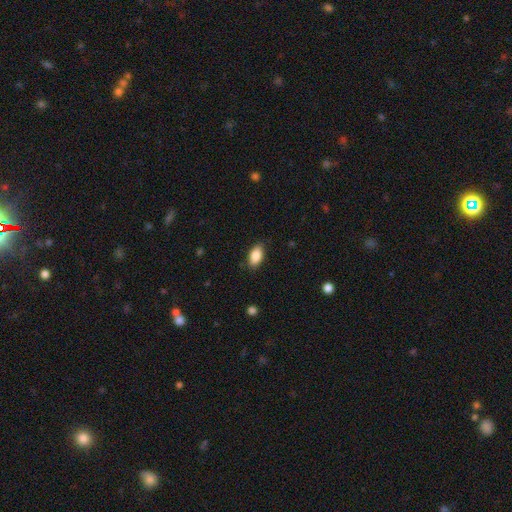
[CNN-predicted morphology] Smooth or featured? Predicted: smooth (p=0.87). How rounded? Predicted: in between (p=0.93). Merging? Predicted: none (p=0.85).